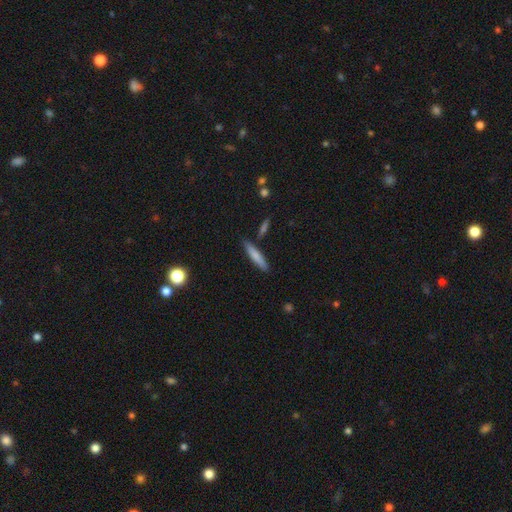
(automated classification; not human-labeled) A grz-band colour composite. It shows a smooth galaxy with no disk features (76%) that is cigar-shaped (88%). Merging: none (82%).